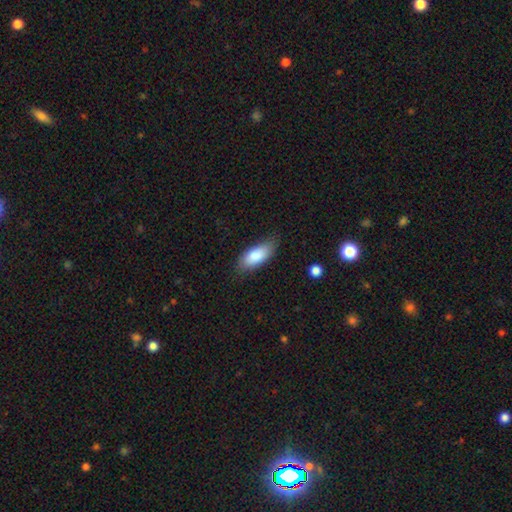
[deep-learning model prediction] smooth 86%, featured or disk 8%, star or artifact 6%. Down the decision tree: how rounded — in between (83%); merging — none (77%).